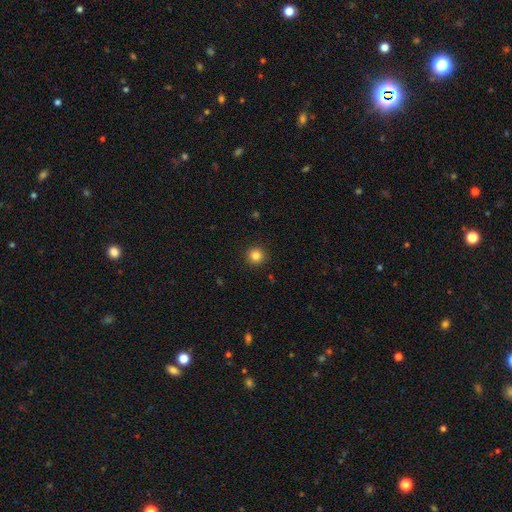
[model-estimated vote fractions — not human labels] A smooth galaxy with no disk features (84%) that is round (96%). Merging: none (93%).